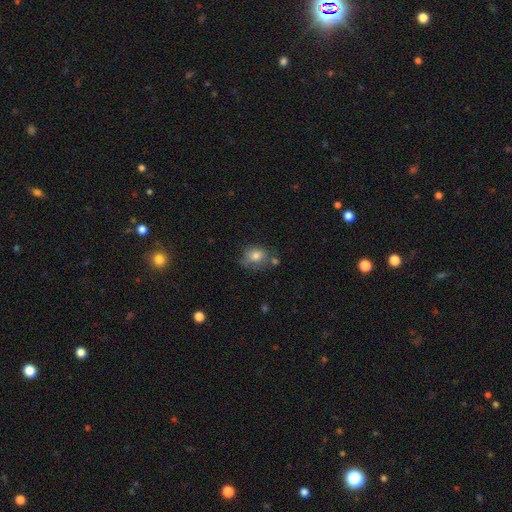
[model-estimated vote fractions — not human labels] The model was most divided on "how rounded": round: 54%, in between: 45%, cigar-shaped: 1%. More confident: smooth or featured — smooth (76%); merging — none (55%).